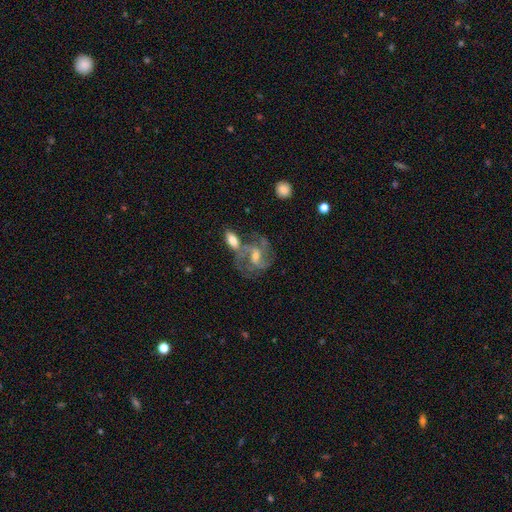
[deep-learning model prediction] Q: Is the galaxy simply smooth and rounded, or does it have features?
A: featured or disk — 80%.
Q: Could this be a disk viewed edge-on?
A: no — 96%.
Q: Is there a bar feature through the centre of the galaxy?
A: weak — 48%.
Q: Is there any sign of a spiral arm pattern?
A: yes — 93%.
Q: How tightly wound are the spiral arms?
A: medium — 52%.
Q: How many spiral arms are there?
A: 2 — 51%.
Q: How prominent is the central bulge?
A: moderate — 48%.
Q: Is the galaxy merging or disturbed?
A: none — 45%.